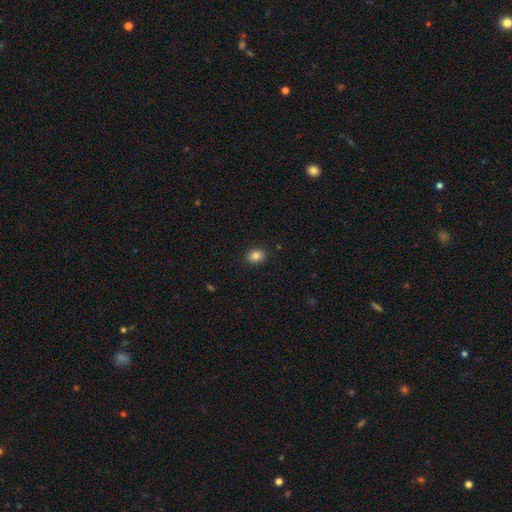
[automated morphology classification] A smooth galaxy with no disk features (85%) that is in between round and cigar-shaped (52%). Merging: none (90%).